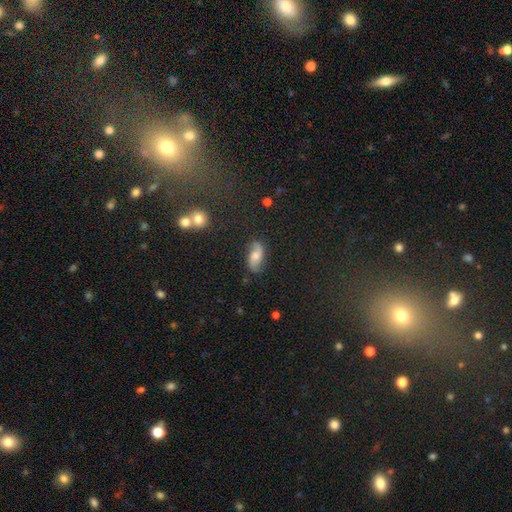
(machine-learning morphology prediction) The model was most divided on "bar": no: 60%, weak: 32%, strong: 7%. More confident: edge-on disk — no (95%); spiral arms — yes (93%); spiral arm count — 2 (92%); merging — none (79%); spiral winding — loose (68%); smooth or featured — featured or disk (65%); bulge size — moderate (54%).